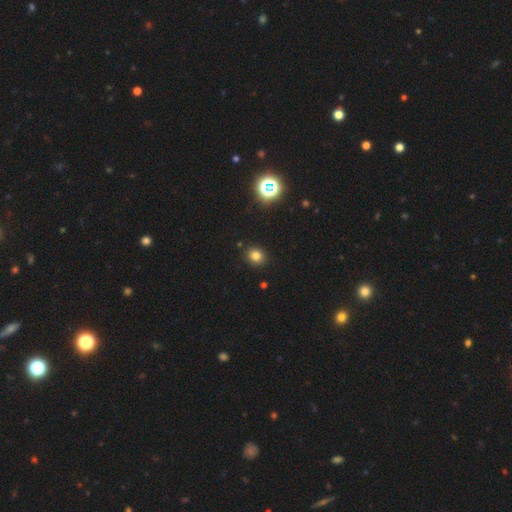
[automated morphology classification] Smooth or featured?
  - smooth: 78% *
  - star or artifact: 16%
  - featured or disk: 6%
How rounded?
  - round: 79% *
  - in between: 21%
  - cigar-shaped: 1%
Merging?
  - none: 90% *
  - minor disturbance: 6%
  - major disturbance: 2%
  - merger: 2%